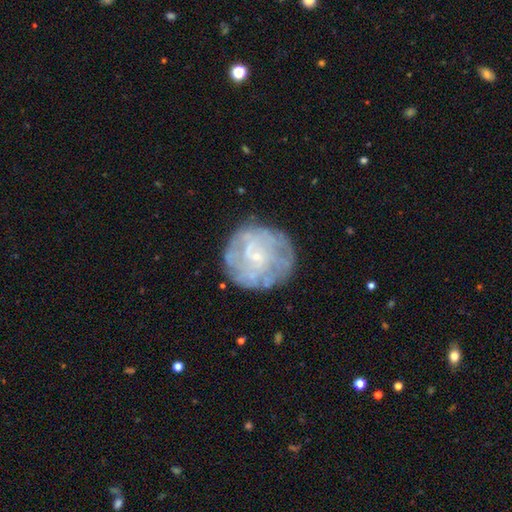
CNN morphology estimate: Smooth or featured? Predicted: featured or disk (p=0.62). Edge-on disk? Predicted: no (p=0.97). Bar? Predicted: no (p=0.75). Spiral arms? Predicted: yes (p=0.51). Bulge size? Predicted: small (p=0.81). Merging? Predicted: none (p=0.76).